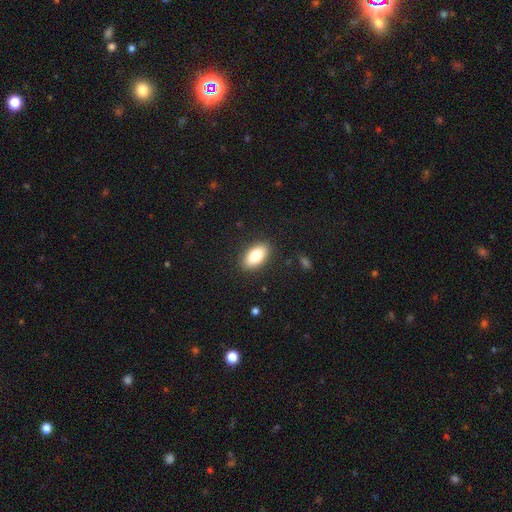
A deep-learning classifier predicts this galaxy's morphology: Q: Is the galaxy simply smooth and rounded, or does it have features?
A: smooth — 80%.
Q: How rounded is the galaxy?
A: in between — 92%.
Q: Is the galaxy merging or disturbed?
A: none — 88%.